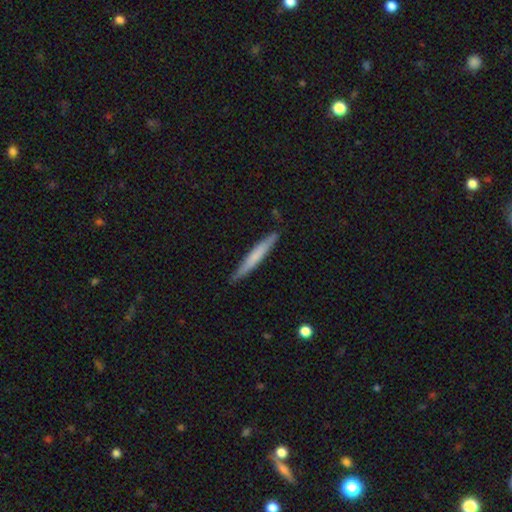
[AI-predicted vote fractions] This is likely a smooth galaxy (63%). How rounded: clearly cigar-shaped (96%). Merging: clearly none (85%).